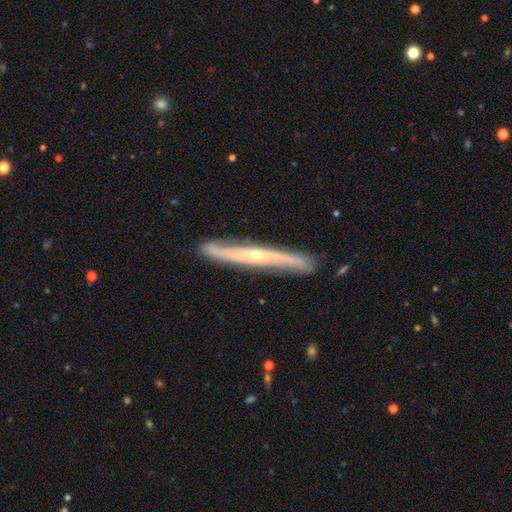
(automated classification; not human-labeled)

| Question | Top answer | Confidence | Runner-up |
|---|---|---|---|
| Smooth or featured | featured or disk | 77% | smooth (17%) |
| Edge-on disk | yes | 82% | no (18%) |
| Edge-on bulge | rounded | 70% | none (27%) |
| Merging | none | 85% | minor disturbance (12%) |